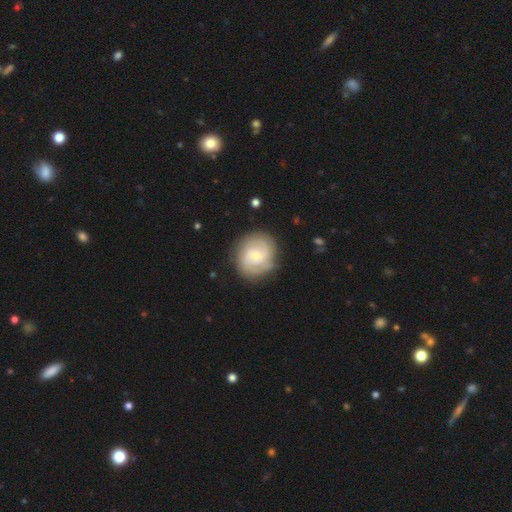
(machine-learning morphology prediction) Smooth or featured: featured or disk — 76% (smooth — 19%)
Edge-on disk: no — 98% (yes — 2%)
Bar: no — 53% (weak — 41%)
Spiral arms: yes — 93% (no — 7%)
Spiral winding: tight — 57% (medium — 34%)
Spiral arm count: 2 — 59% (can't tell — 20%)
Bulge size: small — 56% (moderate — 41%)
Merging: none — 81% (minor disturbance — 13%)